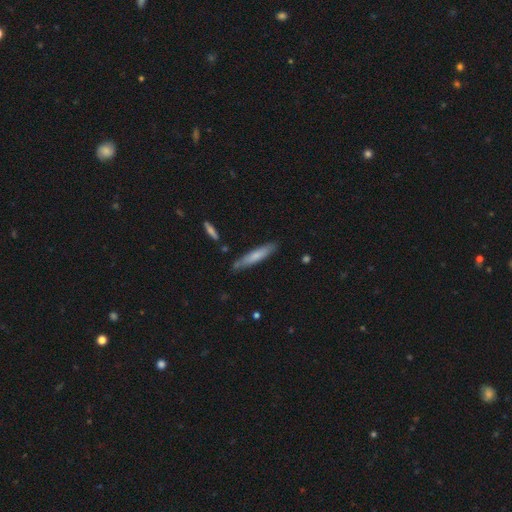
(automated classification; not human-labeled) smooth_or_featured: smooth (p=0.69) [alt: featured or disk p=0.26]
how_rounded: cigar-shaped (p=0.89) [alt: in between p=0.10]
merging: none (p=0.80) [alt: minor disturbance p=0.15]